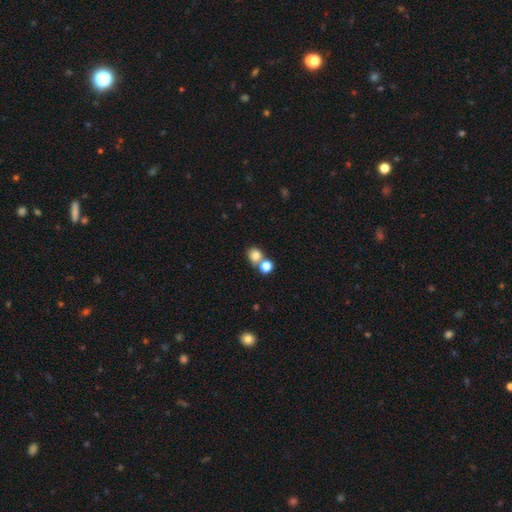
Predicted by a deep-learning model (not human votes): smooth-or-featured: smooth: 80% | star or artifact: 12% | featured or disk: 8%
  how-rounded: round: 76% | in between: 23% | cigar-shaped: 1%
  merging: none: 48% | merger: 40% | minor disturbance: 8% | major disturbance: 4%